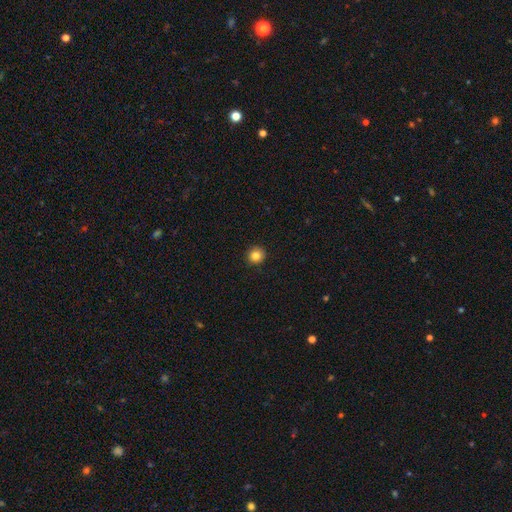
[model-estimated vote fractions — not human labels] Overall: smooth (84%). How rounded: round (93%). Merging: none (92%).